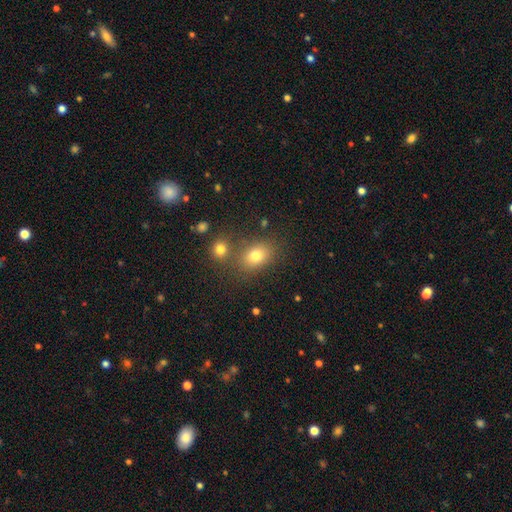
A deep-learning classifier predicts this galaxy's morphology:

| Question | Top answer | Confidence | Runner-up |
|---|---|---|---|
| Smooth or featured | smooth | 76% | star or artifact (14%) |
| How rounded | in between | 66% | round (33%) |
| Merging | none | 68% | merger (16%) |